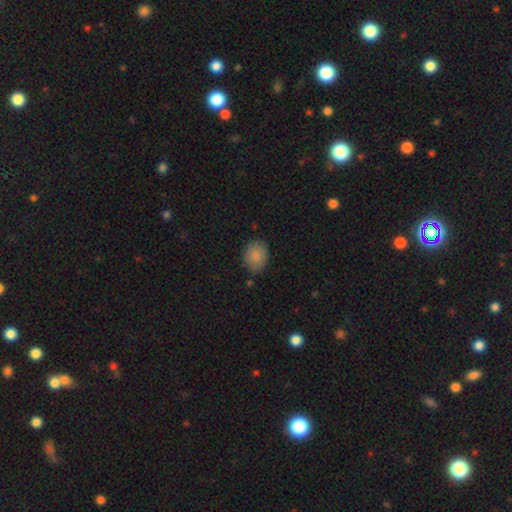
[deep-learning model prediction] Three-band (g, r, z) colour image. It shows a smooth galaxy with no disk features (87%) that is in between round and cigar-shaped (59%). Merging: none (81%).